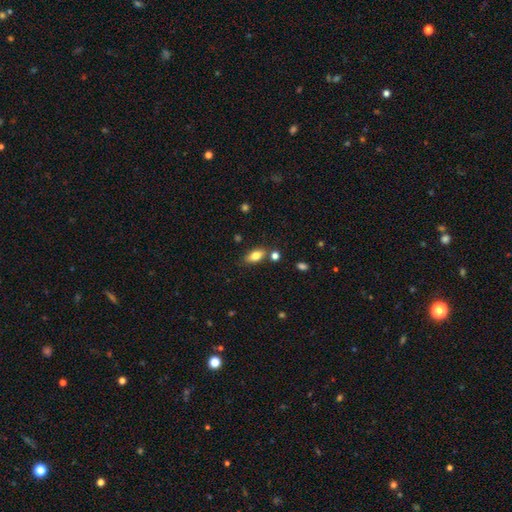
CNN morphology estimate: smooth 79%, featured or disk 13%, star or artifact 8%. Down the decision tree: how rounded — in between (87%); merging — none (74%).